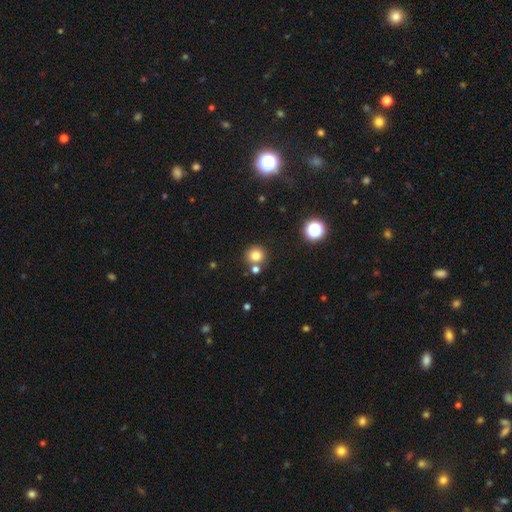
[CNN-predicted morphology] A smooth galaxy with no disk features (79%) that is round (92%).

Vote fractions:
- Smooth or featured? smooth: 79% / star or artifact: 14% / featured or disk: 7%
- How rounded? round: 92% / in between: 7% / cigar-shaped: 1%
- Merging? none: 75% / merger: 15% / minor disturbance: 8% / major disturbance: 3%